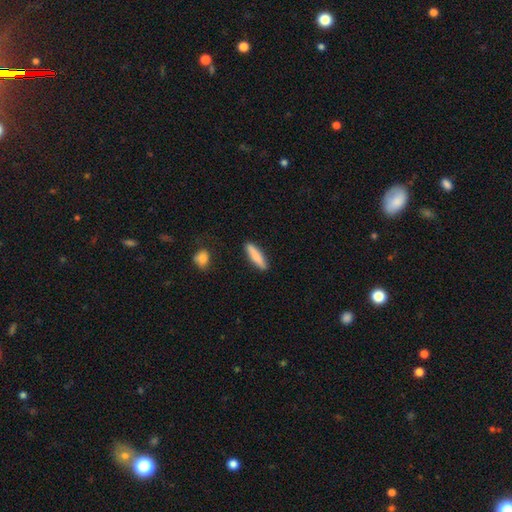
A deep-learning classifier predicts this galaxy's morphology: The model was most divided on "how rounded": cigar-shaped: 80%, in between: 19%, round: 2%. More confident: merging — none (89%); smooth or featured — smooth (83%).